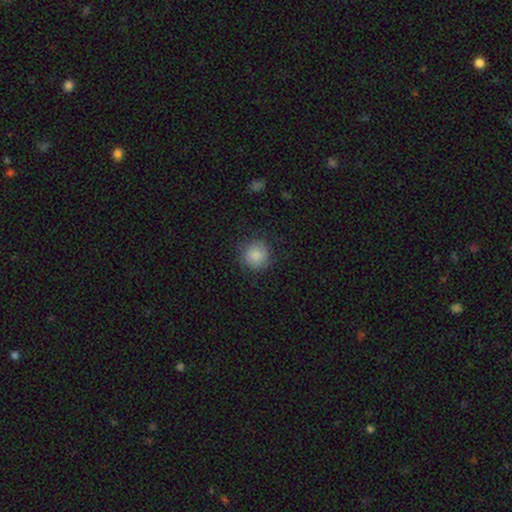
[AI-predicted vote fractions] Smooth or featured? Predicted: smooth (p=0.85). How rounded? Predicted: round (p=0.92). Merging? Predicted: none (p=0.84).